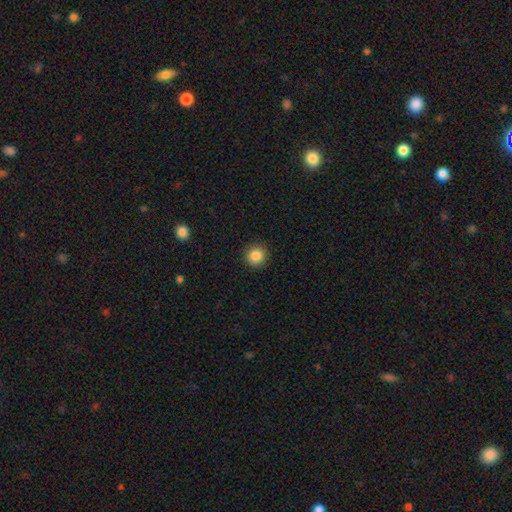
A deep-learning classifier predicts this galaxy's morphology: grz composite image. It shows a smooth galaxy with no disk features (86%) that is round (94%). Merging: none (92%).